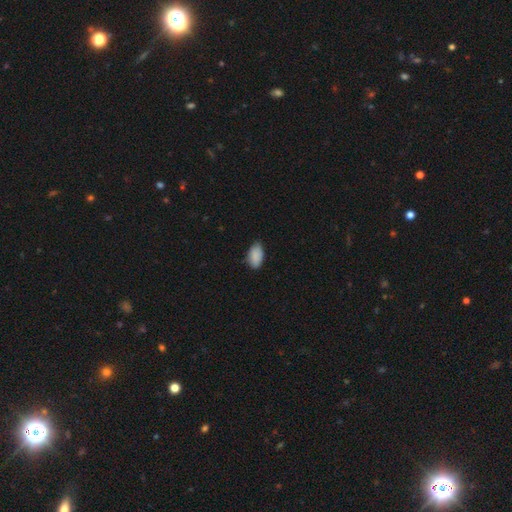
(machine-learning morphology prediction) Smooth or featured?
  - smooth: 89% *
  - star or artifact: 7%
  - featured or disk: 5%
How rounded?
  - in between: 94% *
  - round: 4%
  - cigar-shaped: 2%
Merging?
  - none: 75% *
  - minor disturbance: 21%
  - major disturbance: 3%
  - merger: 1%